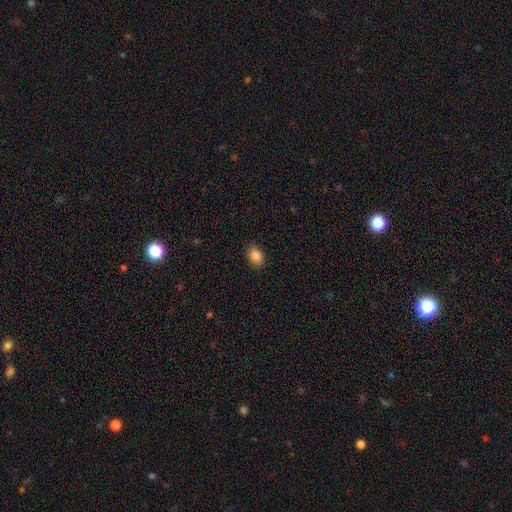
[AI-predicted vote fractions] The model was most divided on "how rounded": in between: 81%, round: 18%, cigar-shaped: 1%. More confident: merging — none (88%); smooth or featured — smooth (87%).